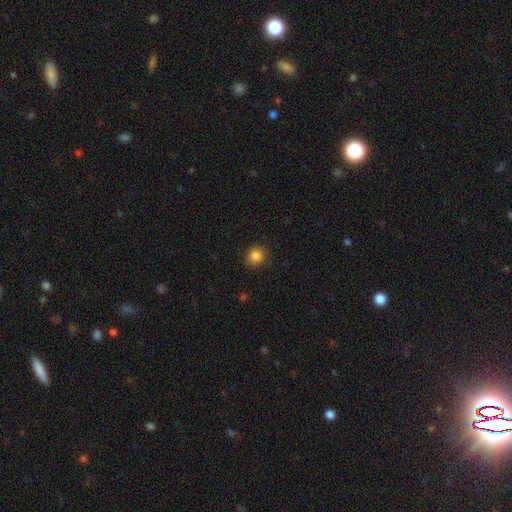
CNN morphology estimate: smooth-or-featured: smooth: 85% | star or artifact: 11% | featured or disk: 4%
  how-rounded: round: 89% | in between: 11% | cigar-shaped: 1%
  merging: none: 89% | minor disturbance: 8% | major disturbance: 2% | merger: 1%